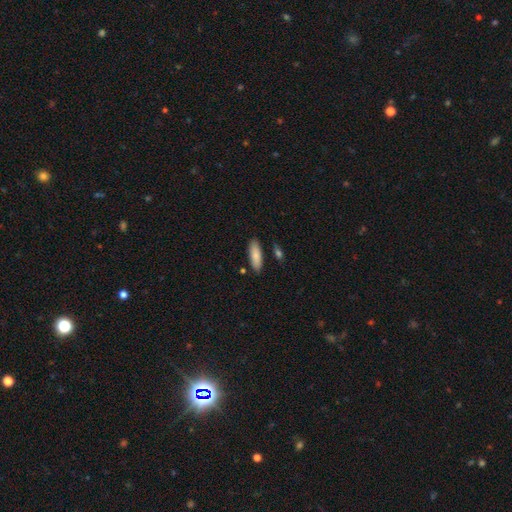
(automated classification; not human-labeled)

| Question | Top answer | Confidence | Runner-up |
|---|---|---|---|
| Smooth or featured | smooth | 84% | featured or disk (10%) |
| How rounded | in between | 59% | cigar-shaped (39%) |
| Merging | none | 83% | minor disturbance (11%) |